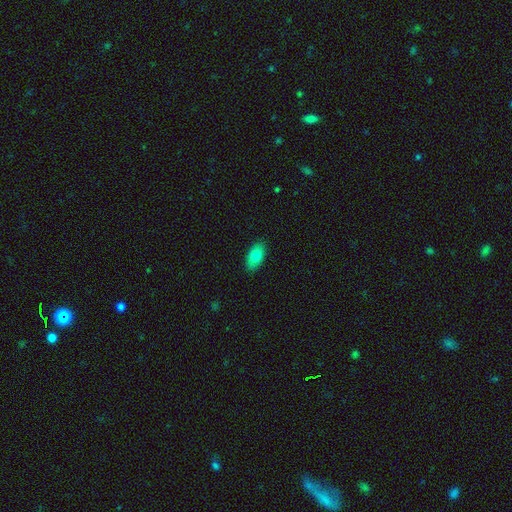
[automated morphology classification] smooth 79%, featured or disk 14%, star or artifact 7%. Down the decision tree: how rounded — in between (93%); merging — none (88%).